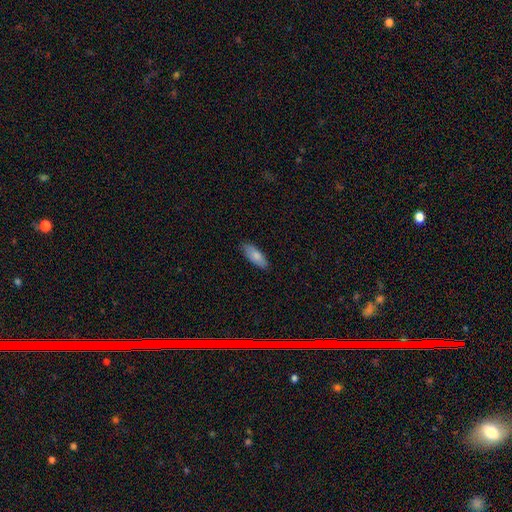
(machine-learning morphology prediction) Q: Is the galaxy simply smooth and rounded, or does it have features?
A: smooth — 83%.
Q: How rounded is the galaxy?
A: in between — 74%.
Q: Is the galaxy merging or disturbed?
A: none — 86%.